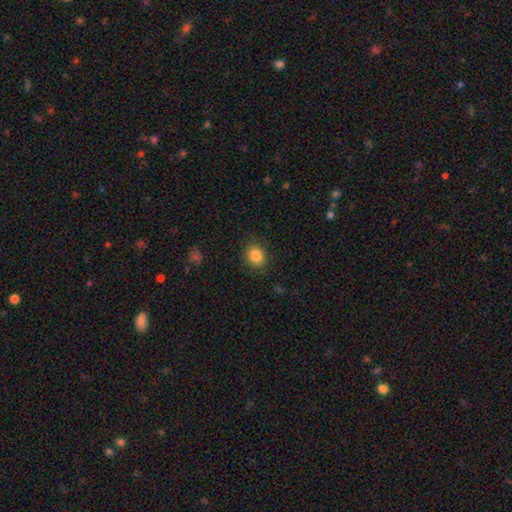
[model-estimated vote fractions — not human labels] Smooth or featured: smooth — 86% (star or artifact — 10%)
How rounded: round — 61% (in between — 38%)
Merging: none — 85% (minor disturbance — 10%)